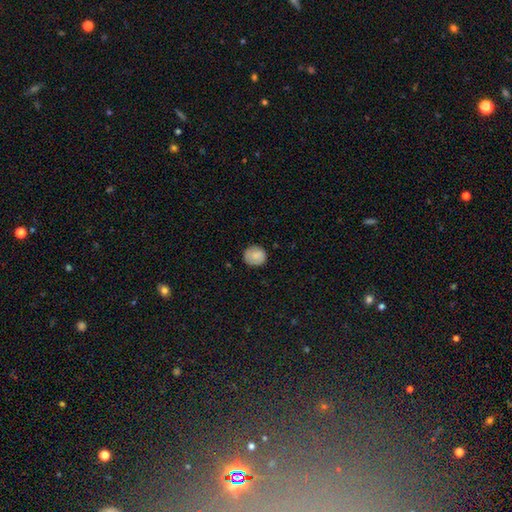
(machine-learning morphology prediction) The model was most divided on "merging": none: 82%, minor disturbance: 14%, major disturbance: 3%, merger: 1%. More confident: how rounded — round (86%); smooth or featured — smooth (84%).